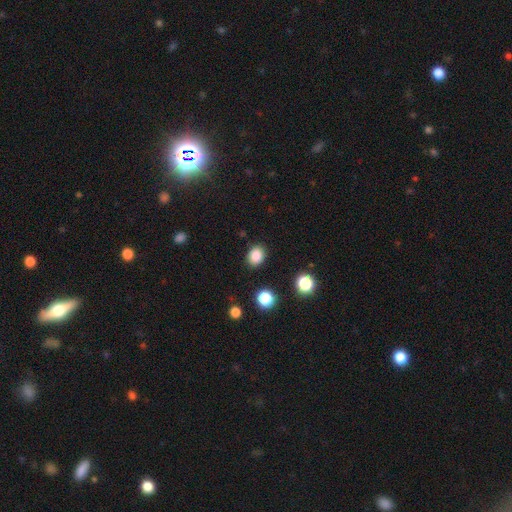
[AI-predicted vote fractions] This appears to be a smooth galaxy with no disk features (85%) that is in between round and cigar-shaped (54%). Merging: none (87%).